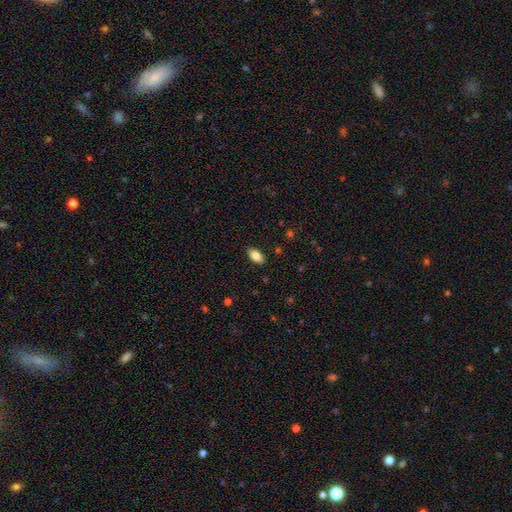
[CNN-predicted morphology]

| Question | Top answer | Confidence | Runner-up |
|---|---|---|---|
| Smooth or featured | smooth | 80% | featured or disk (12%) |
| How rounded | in between | 90% | cigar-shaped (7%) |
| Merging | none | 88% | minor disturbance (9%) |